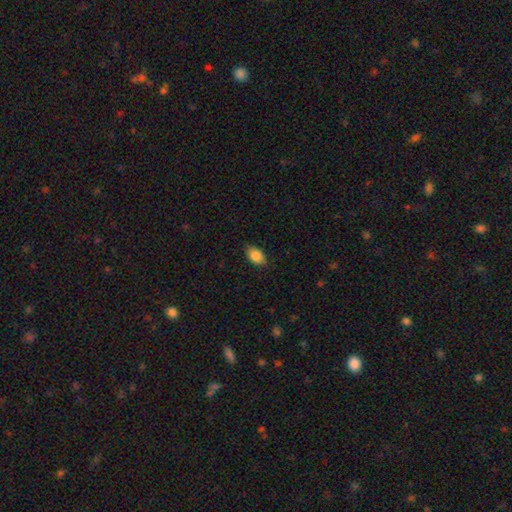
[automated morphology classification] A smooth galaxy with no disk features (86%) that is in between round and cigar-shaped (89%).

Vote fractions:
- Smooth or featured? smooth: 86% / star or artifact: 7% / featured or disk: 7%
- How rounded? in between: 89% / round: 9% / cigar-shaped: 2%
- Merging? none: 82% / minor disturbance: 14% / major disturbance: 3% / merger: 1%